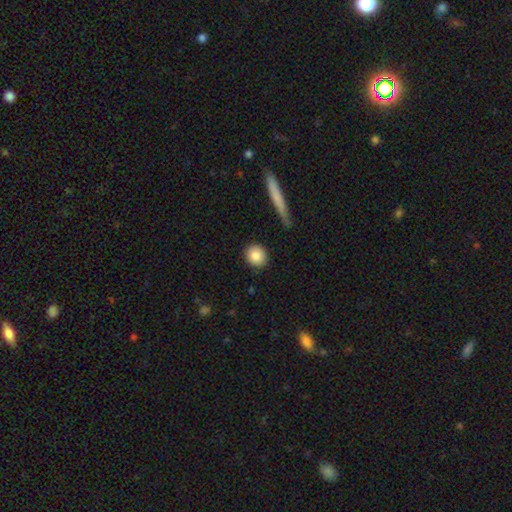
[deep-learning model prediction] Smooth or featured: smooth — 85% (star or artifact — 8%)
How rounded: round — 87% (in between — 12%)
Merging: none — 89% (minor disturbance — 7%)